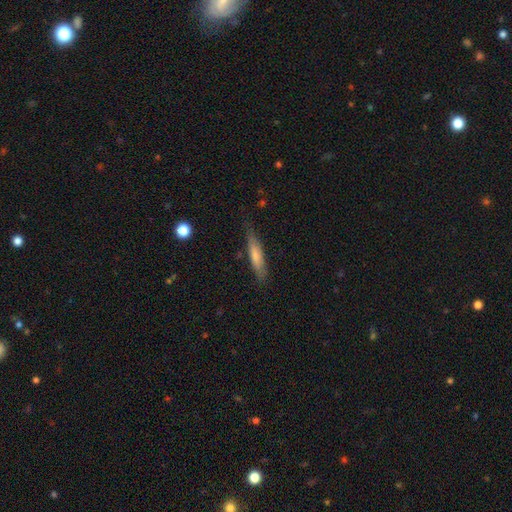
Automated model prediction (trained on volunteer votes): Q: Smooth or featured?
A: smooth (70%); runner-up: featured or disk (25%)
Q: How rounded?
A: cigar-shaped (83%); runner-up: in between (15%)
Q: Merging?
A: none (76%); runner-up: minor disturbance (19%)